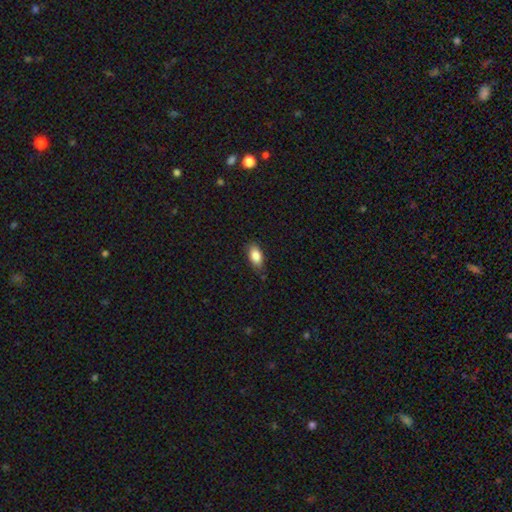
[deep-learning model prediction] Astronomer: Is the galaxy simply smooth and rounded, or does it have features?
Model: smooth — 86%.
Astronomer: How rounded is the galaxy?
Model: in between — 90%.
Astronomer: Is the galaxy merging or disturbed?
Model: none — 79%.